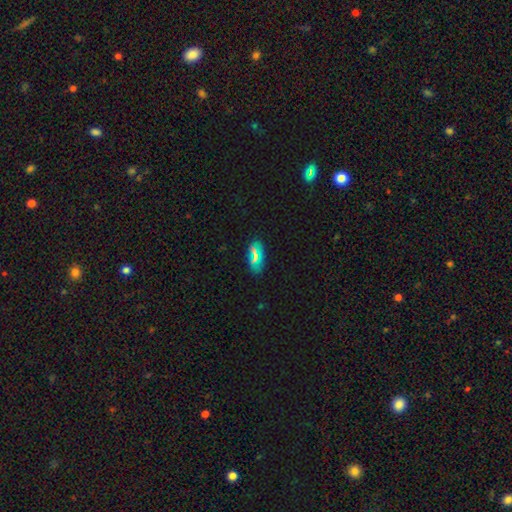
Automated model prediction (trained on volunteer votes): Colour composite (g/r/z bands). It shows a smooth galaxy with no disk features (54%) that is in between round and cigar-shaped (79%). Merging: none (79%).